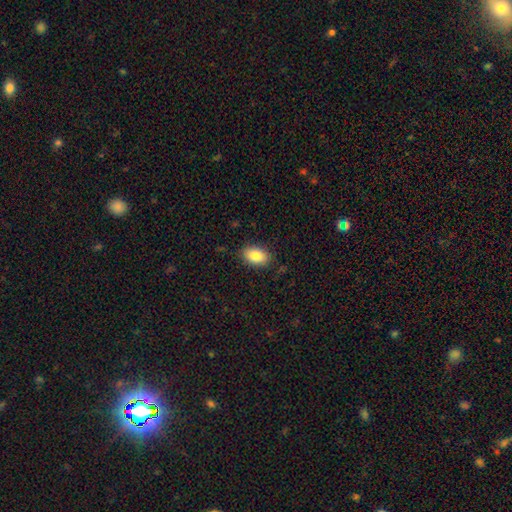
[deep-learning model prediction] Smooth or featured? smooth (85%)
How rounded? in between (91%)
Merging? none (86%)